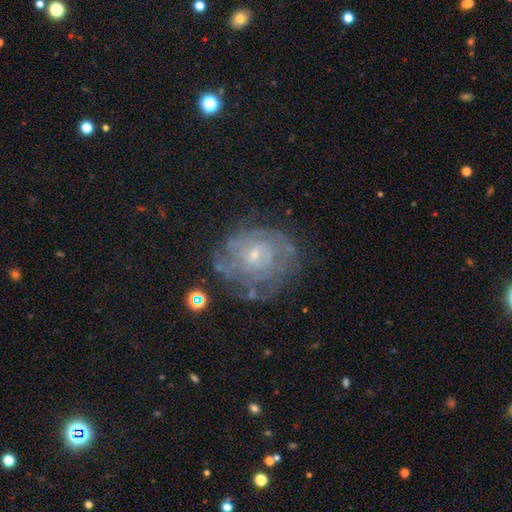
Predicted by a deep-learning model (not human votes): Smooth or featured? featured or disk (79%)
Edge-on disk? no (97%)
Bar? no (64%)
Spiral arms? yes (92%)
Spiral winding? tight (71%)
Spiral arm count? can't tell (45%)
Bulge size? small (74%)
Merging? none (71%)